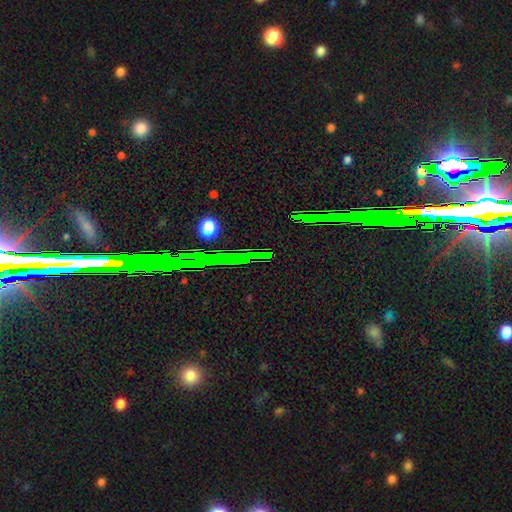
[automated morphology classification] Smooth or featured? Predicted: star or artifact (p=0.73).